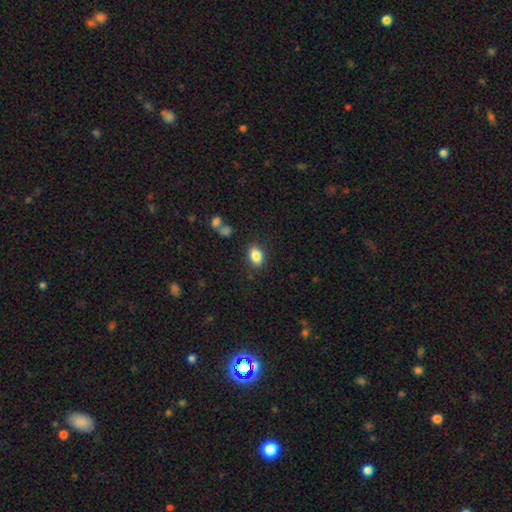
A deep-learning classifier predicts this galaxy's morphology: Overall: smooth (86%). How rounded: in between (84%). Merging: none (85%).